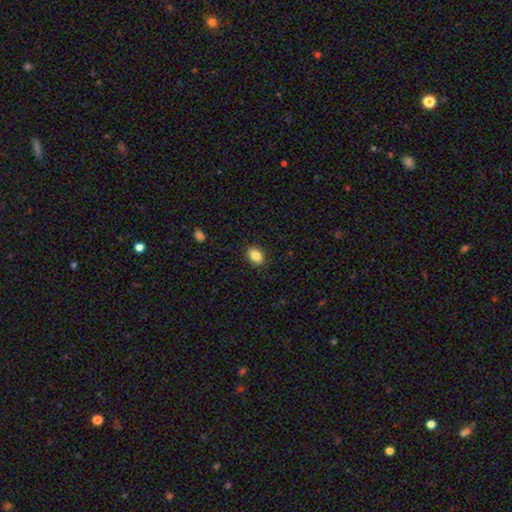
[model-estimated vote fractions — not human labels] A smooth galaxy with no disk features (85%) that is in between round and cigar-shaped (76%).

Vote fractions:
- Smooth or featured? smooth: 85% / star or artifact: 9% / featured or disk: 6%
- How rounded? in between: 76% / round: 22% / cigar-shaped: 2%
- Merging? none: 88% / minor disturbance: 9% / major disturbance: 2% / merger: 1%